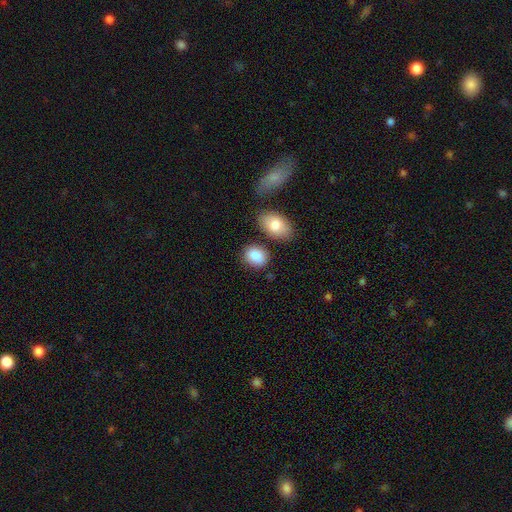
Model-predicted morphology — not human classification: The model was most divided on "how rounded": in between: 66%, round: 32%, cigar-shaped: 1%. More confident: smooth or featured — smooth (87%); merging — none (72%).